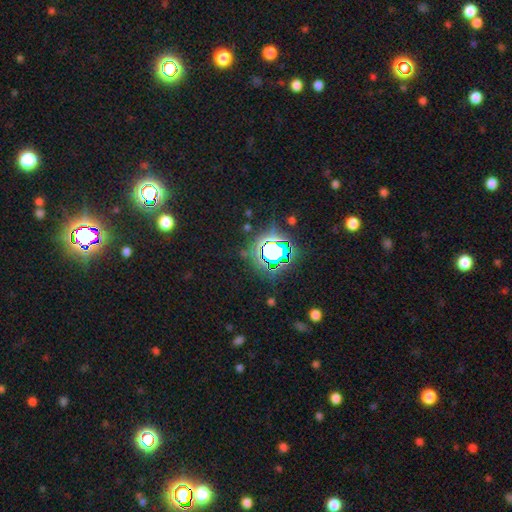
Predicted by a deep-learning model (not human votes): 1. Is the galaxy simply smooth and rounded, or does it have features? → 82% star or artifact, 11% smooth, 6% featured or disk.